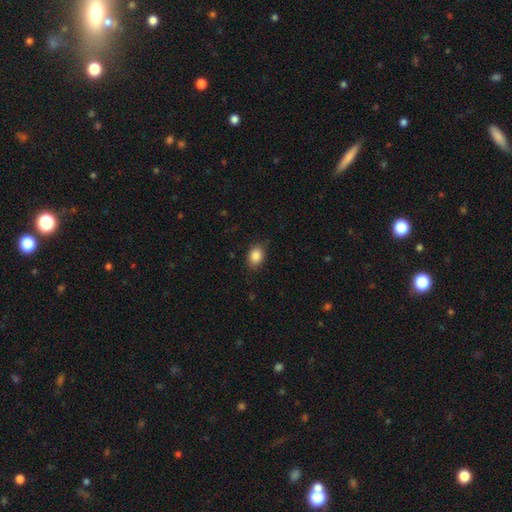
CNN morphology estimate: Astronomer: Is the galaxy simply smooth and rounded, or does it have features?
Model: smooth — 87%.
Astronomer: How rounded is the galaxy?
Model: in between — 69%.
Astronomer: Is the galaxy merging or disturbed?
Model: none — 81%.